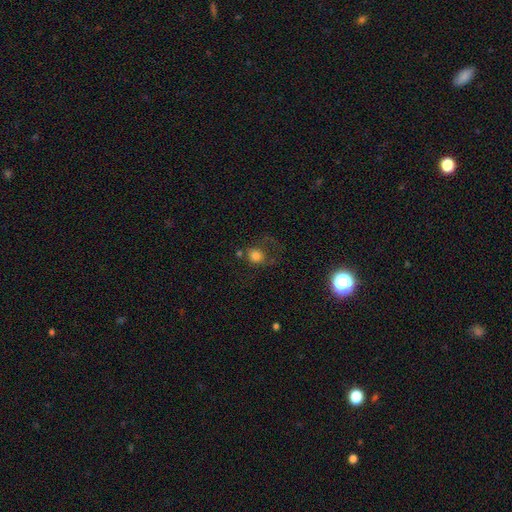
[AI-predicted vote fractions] This is likely a smooth galaxy (74%). How rounded: likely round (75%). Merging: marginally none (42%).